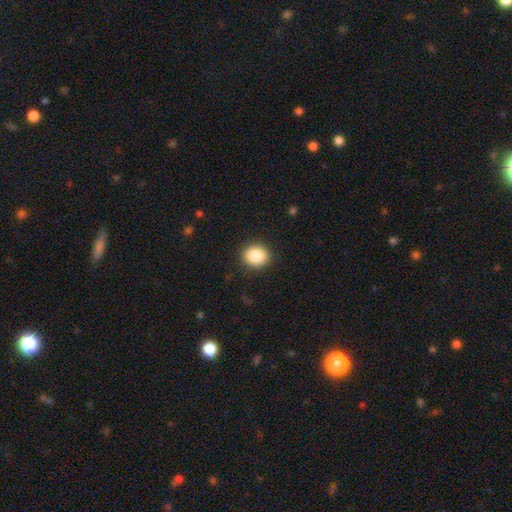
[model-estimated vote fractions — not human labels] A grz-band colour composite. It shows a smooth galaxy with no disk features (88%) that is round (71%). Merging: none (90%).